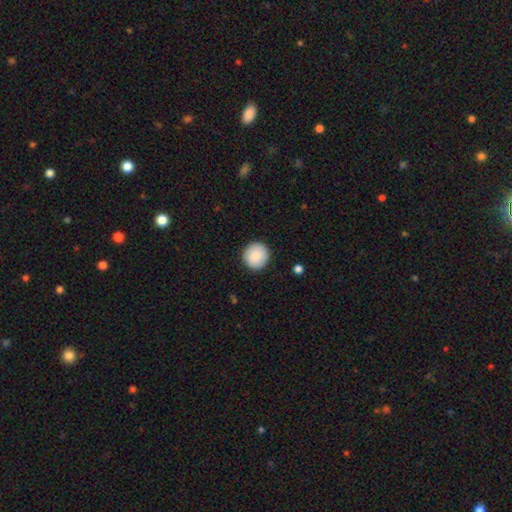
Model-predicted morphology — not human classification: type=smooth (88%); roundness=round (93%); merging=none (91%).